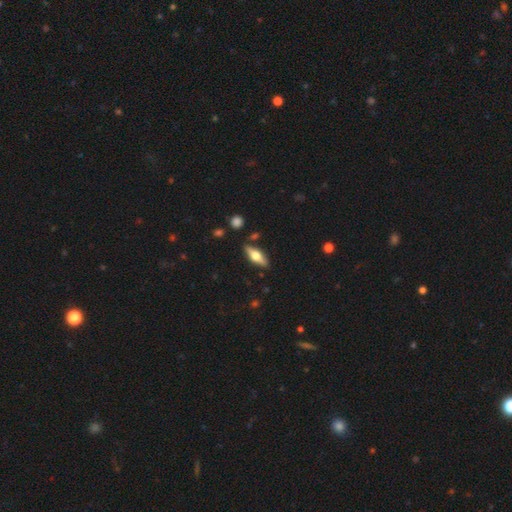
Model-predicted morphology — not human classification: Smooth or featured?
  - featured or disk: 50% *
  - smooth: 44%
  - star or artifact: 6%
Merging?
  - none: 84% *
  - minor disturbance: 10%
  - merger: 3%
  - major disturbance: 2%